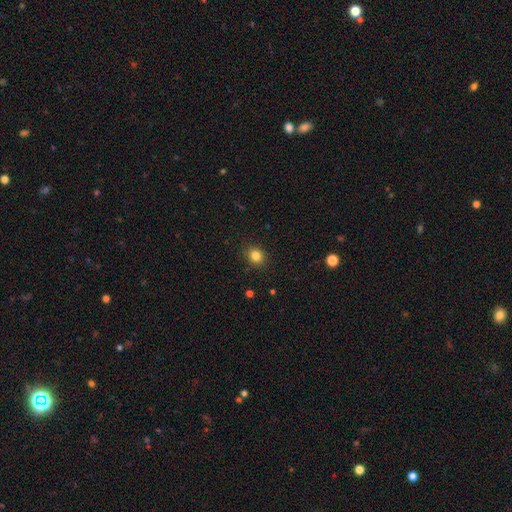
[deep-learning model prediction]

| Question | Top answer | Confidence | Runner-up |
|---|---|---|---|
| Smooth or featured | smooth | 83% | star or artifact (12%) |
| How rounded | round | 59% | in between (40%) |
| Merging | none | 88% | minor disturbance (9%) |